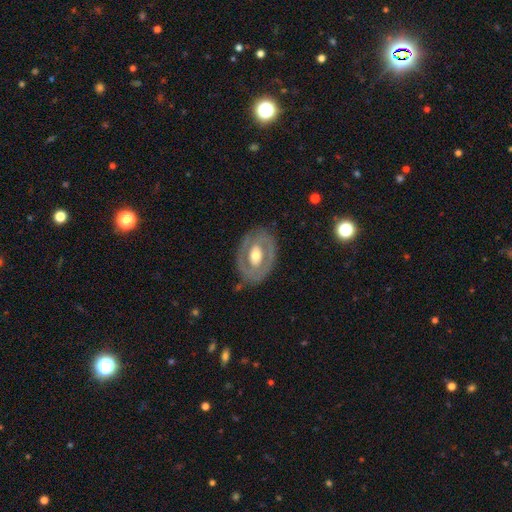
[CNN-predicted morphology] type=featured or disk (70%); edge-on=no (94%); bar=no (54%); spiral arms=no (58%); bulge=moderate (65%); merging=none (77%).